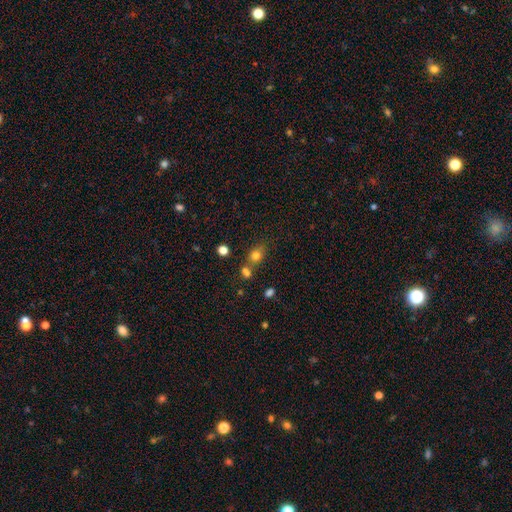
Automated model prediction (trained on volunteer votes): Morphology: type=smooth (78%); roundness=round (52%); merging=none (59%).